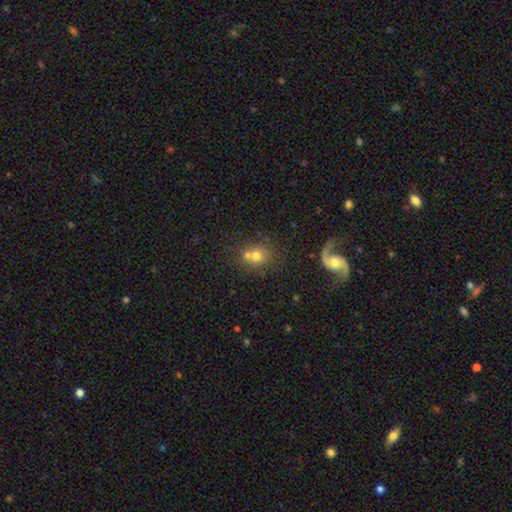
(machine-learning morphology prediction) Smooth or featured: smooth — 64% (featured or disk — 23%)
How rounded: round — 76% (in between — 23%)
Merging: none — 48% (merger — 36%)